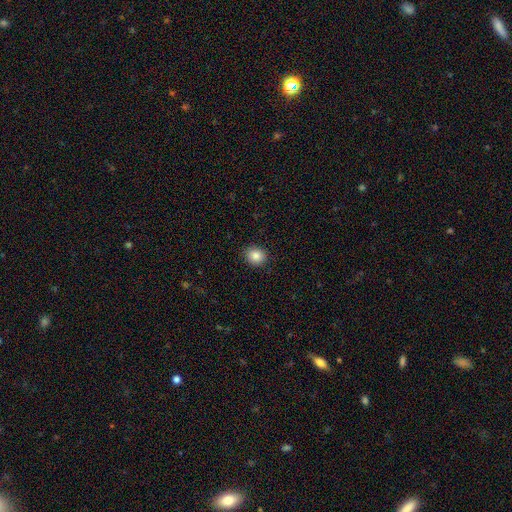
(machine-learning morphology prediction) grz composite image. It shows a smooth galaxy with no disk features (86%) that is round (74%). Merging: none (91%).